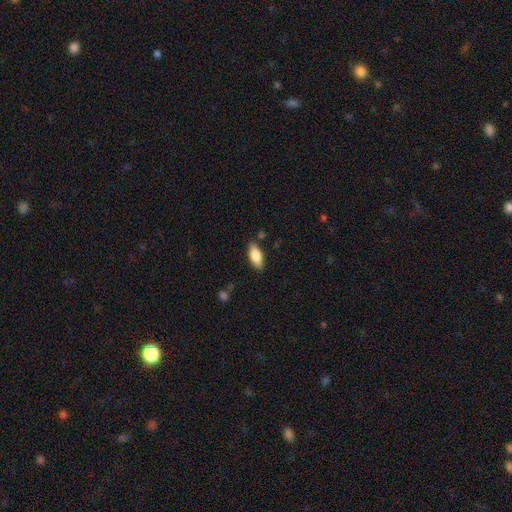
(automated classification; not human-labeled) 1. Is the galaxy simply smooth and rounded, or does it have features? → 82% smooth, 12% featured or disk, 6% star or artifact.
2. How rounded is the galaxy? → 83% in between, 15% cigar-shaped, 2% round.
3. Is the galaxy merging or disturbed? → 84% none, 11% minor disturbance, 2% major disturbance, 2% merger.